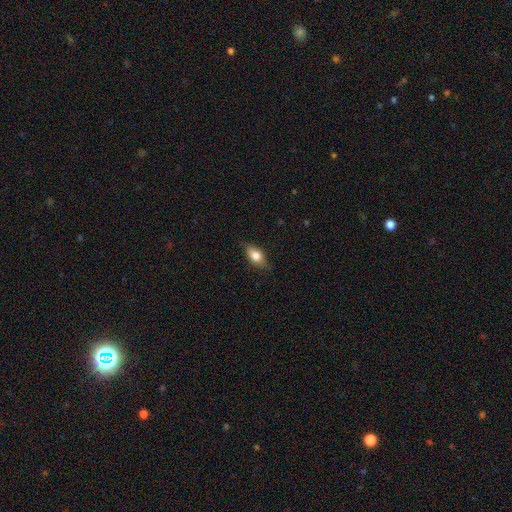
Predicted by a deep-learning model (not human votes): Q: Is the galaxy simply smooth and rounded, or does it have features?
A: smooth — 73%.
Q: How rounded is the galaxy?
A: in between — 82%.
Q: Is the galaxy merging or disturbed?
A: none — 77%.